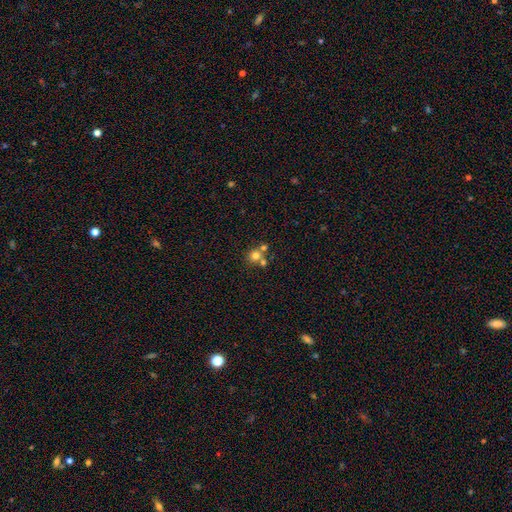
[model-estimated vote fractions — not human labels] Overall: smooth (73%). How rounded: round (87%). Merging: none (51%; merger 40%).